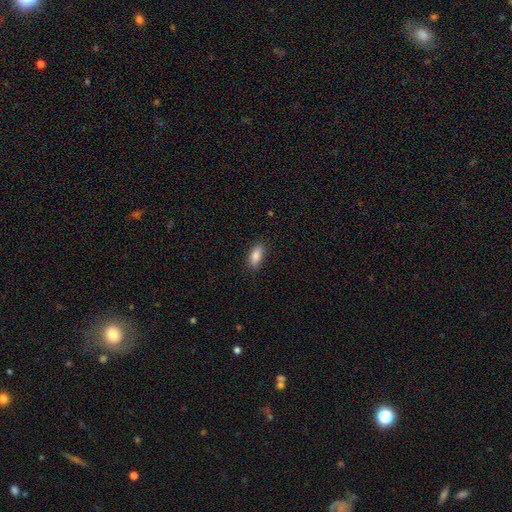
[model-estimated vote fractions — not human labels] A smooth galaxy with no disk features (86%) that is in between round and cigar-shaped (85%). Merging: none (86%).